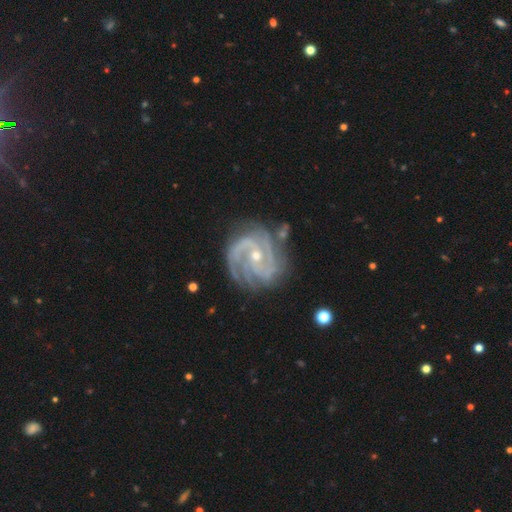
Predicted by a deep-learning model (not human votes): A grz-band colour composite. It shows a featured or disk galaxy (92%) with no bar (51%), 3 (36%) tight (58%) spiral arms (98%) and a small central bulge (59%). Merging: none (70%).